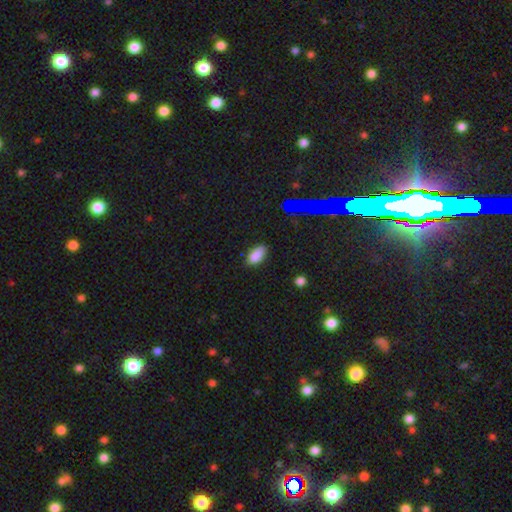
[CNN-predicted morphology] This is clearly a smooth galaxy (84%). How rounded: clearly in between (91%). Merging: likely none (78%).